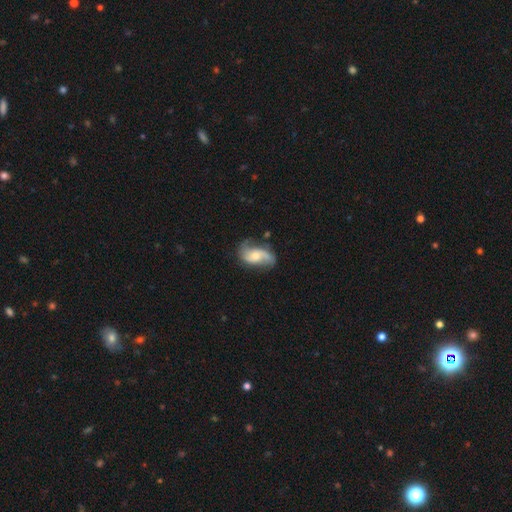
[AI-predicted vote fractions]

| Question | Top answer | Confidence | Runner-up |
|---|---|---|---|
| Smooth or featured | featured or disk | 74% | smooth (20%) |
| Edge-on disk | no | 96% | yes (4%) |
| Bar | no | 62% | weak (29%) |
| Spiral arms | yes | 92% | no (8%) |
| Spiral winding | loose | 58% | medium (31%) |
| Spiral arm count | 2 | 87% | can't tell (6%) |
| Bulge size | moderate | 49% | small (44%) |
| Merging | none | 63% | minor disturbance (24%) |